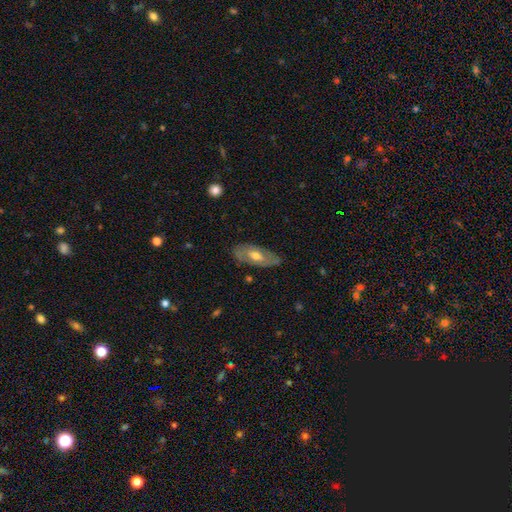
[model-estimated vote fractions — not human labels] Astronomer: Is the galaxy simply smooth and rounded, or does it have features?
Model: featured or disk — 59% (runner-up: smooth, 35%).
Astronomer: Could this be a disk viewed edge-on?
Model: no — 81%.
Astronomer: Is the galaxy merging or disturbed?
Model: none — 78%.